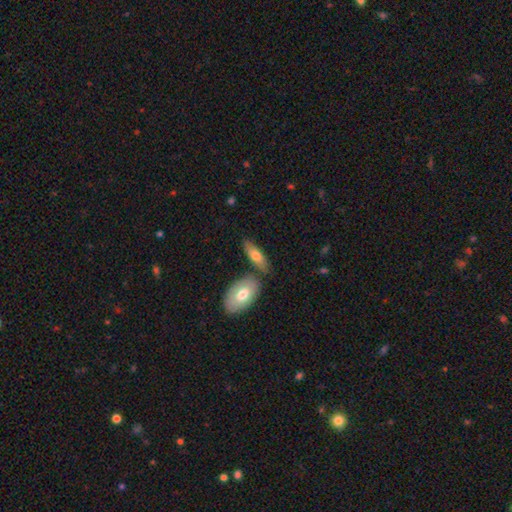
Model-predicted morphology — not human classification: This is likely a smooth galaxy (69%). How rounded: likely in between (68%). Merging: likely none (61%).